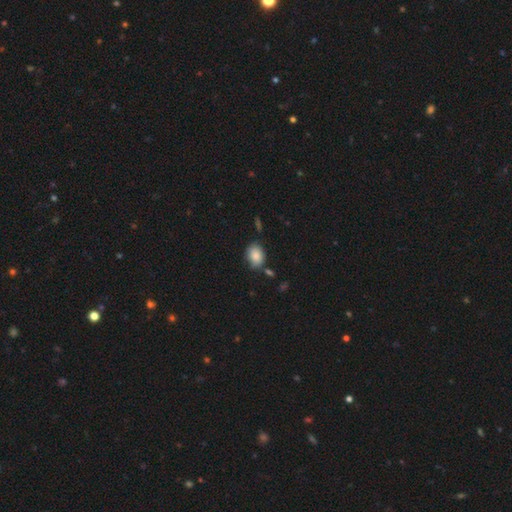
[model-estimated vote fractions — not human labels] smooth 85%, star or artifact 8%, featured or disk 7%. Down the decision tree: how rounded — in between (64%); merging — none (70%).